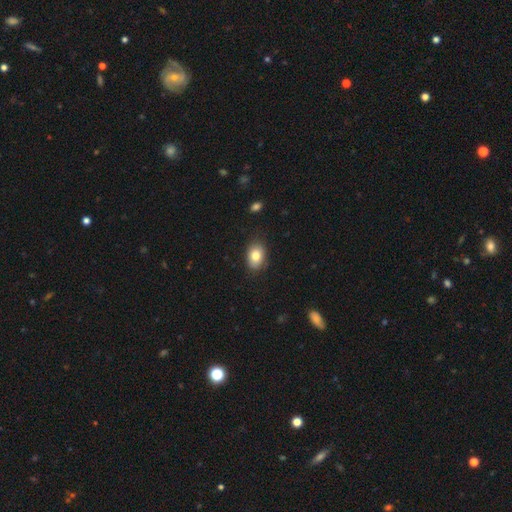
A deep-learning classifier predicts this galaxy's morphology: Smooth or featured: smooth — 81% (featured or disk — 11%)
How rounded: in between — 78% (round — 21%)
Merging: none — 83% (minor disturbance — 13%)